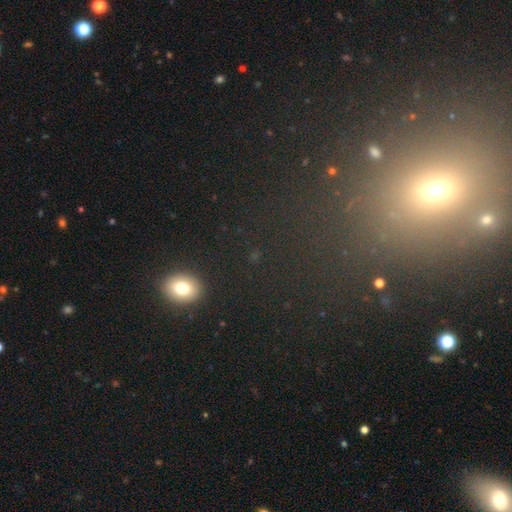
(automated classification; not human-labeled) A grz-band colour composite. It shows a smooth galaxy with no disk features (54%) that is round (50%). Merging: none (81%).